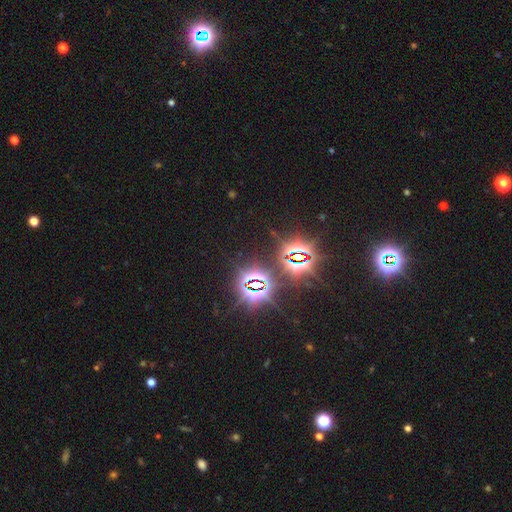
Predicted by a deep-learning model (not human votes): Smooth or featured: star or artifact — 81% (smooth — 13%)